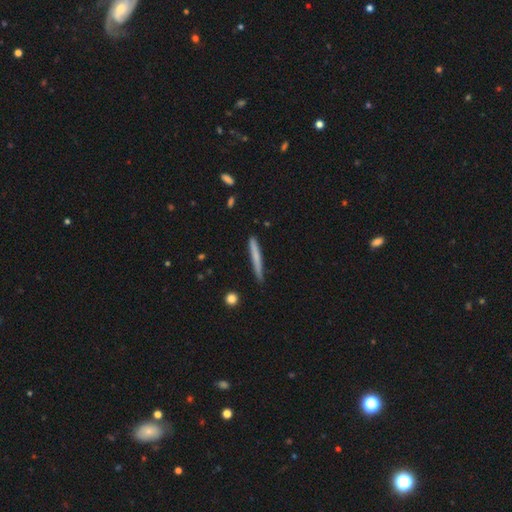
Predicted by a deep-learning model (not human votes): A smooth galaxy with no disk features (67%) that is cigar-shaped (96%). Merging: none (84%).